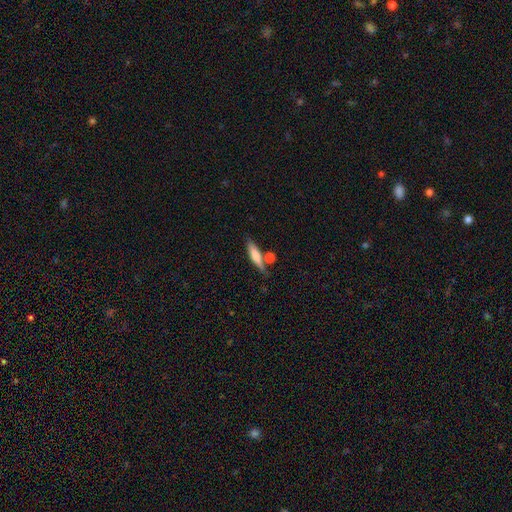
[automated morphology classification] Smooth or featured?
  - smooth: 62% *
  - featured or disk: 32%
  - star or artifact: 7%
How rounded?
  - cigar-shaped: 76% *
  - in between: 21%
  - round: 3%
Merging?
  - none: 68% *
  - merger: 15%
  - minor disturbance: 14%
  - major disturbance: 4%